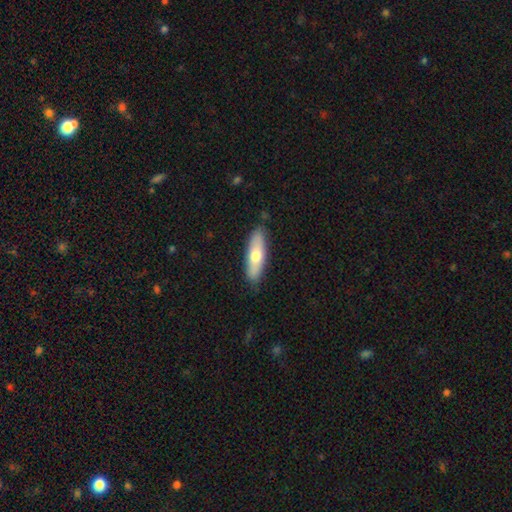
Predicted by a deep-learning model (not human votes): Smooth or featured?
  - smooth: 65% *
  - featured or disk: 30%
  - star or artifact: 5%
How rounded?
  - cigar-shaped: 55% *
  - in between: 43%
  - round: 2%
Merging?
  - none: 85% *
  - minor disturbance: 11%
  - major disturbance: 2%
  - merger: 1%